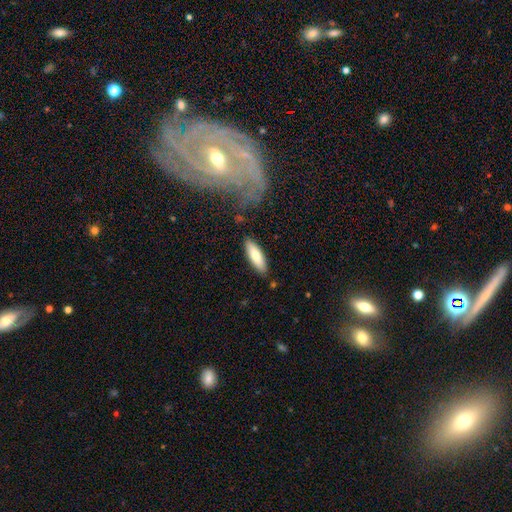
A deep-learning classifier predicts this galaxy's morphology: Smooth or featured?
  - smooth: 77% *
  - featured or disk: 18%
  - star or artifact: 6%
How rounded?
  - cigar-shaped: 50% *
  - in between: 49%
  - round: 2%
Merging?
  - none: 86% *
  - minor disturbance: 10%
  - major disturbance: 2%
  - merger: 2%